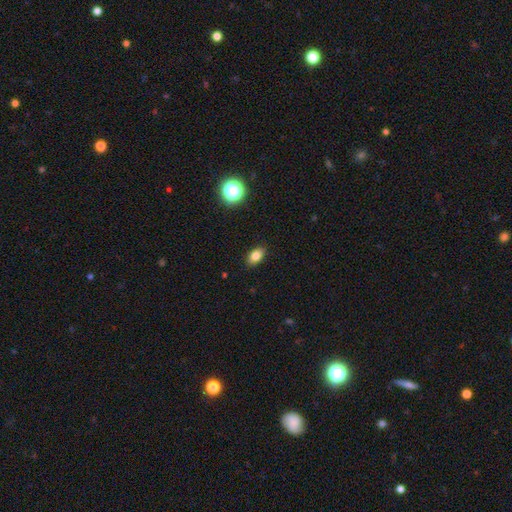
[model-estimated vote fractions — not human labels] Q: Smooth or featured?
A: smooth (81%); runner-up: star or artifact (11%)
Q: How rounded?
A: in between (86%); runner-up: round (10%)
Q: Merging?
A: none (88%); runner-up: minor disturbance (9%)